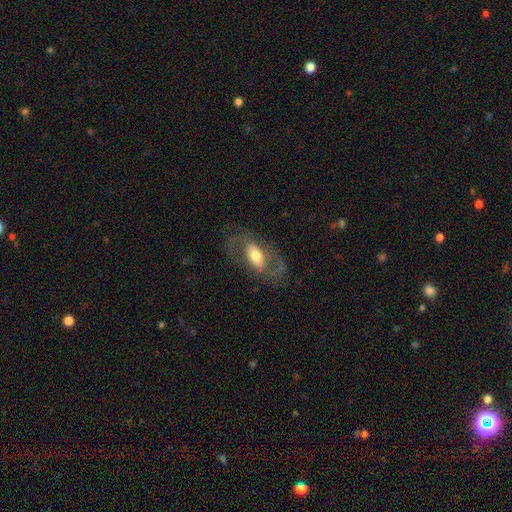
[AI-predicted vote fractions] Smooth or featured? featured or disk (66%)
Edge-on disk? no (91%)
Bar? no (46%)
Spiral arms? yes (69%)
Bulge size? moderate (57%)
Merging? none (68%)